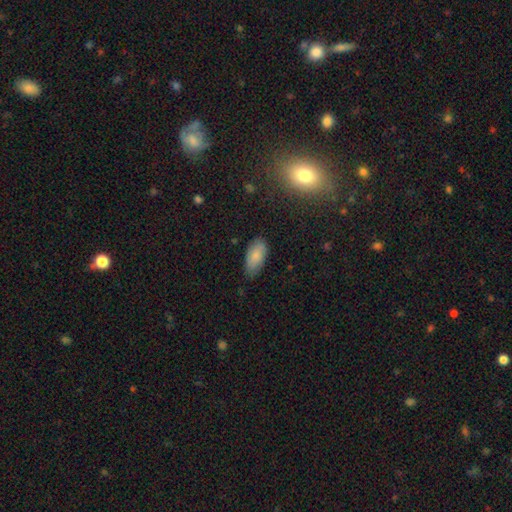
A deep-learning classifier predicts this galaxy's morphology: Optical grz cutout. It shows a smooth galaxy with no disk features (84%) that is in between round and cigar-shaped (93%). Merging: none (74%).